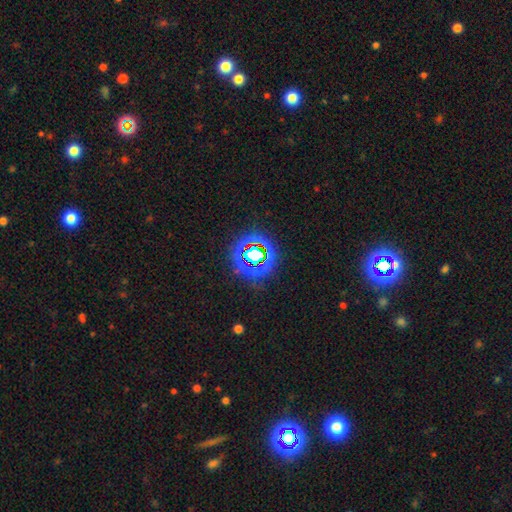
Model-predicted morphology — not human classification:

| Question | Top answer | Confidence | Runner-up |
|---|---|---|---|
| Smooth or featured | star or artifact | 75% | smooth (15%) |